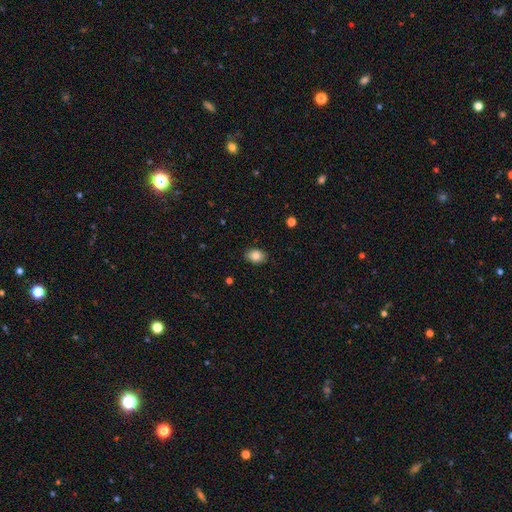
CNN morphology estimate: A smooth galaxy with no disk features (85%) that is in between round and cigar-shaped (75%). Merging: none (87%).